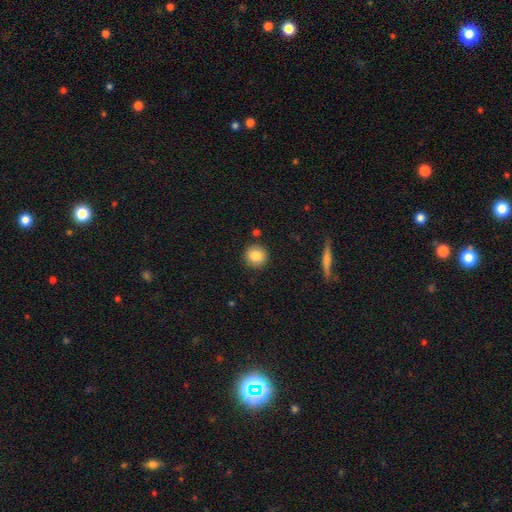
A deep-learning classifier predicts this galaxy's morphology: Smooth or featured: smooth — 84% (star or artifact — 9%)
How rounded: round — 92% (in between — 7%)
Merging: none — 88% (minor disturbance — 8%)